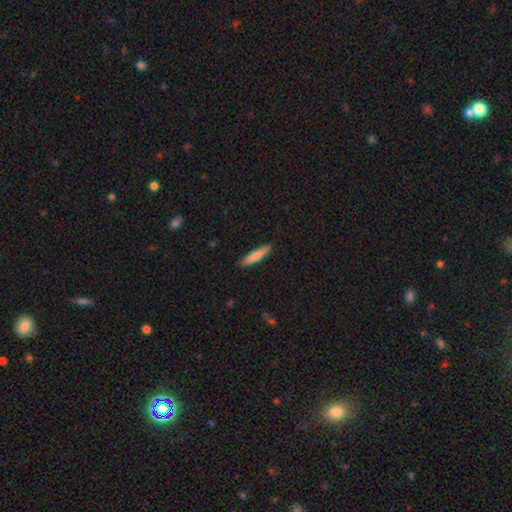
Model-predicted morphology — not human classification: The model was most divided on "smooth or featured": smooth: 77%, featured or disk: 18%, star or artifact: 6%. More confident: merging — none (89%); how rounded — cigar-shaped (84%).